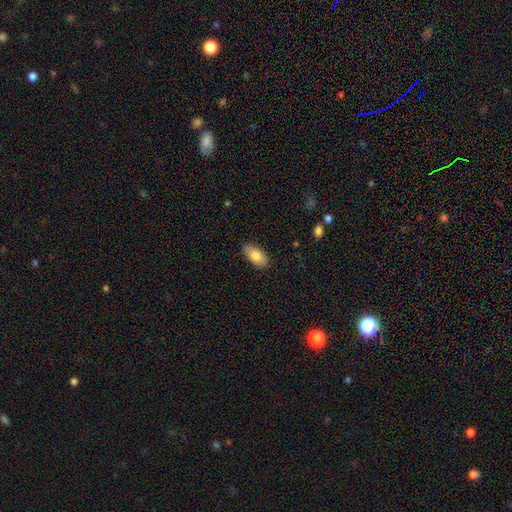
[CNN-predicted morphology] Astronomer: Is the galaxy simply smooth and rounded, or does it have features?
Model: smooth — 81%.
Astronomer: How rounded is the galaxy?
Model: in between — 93%.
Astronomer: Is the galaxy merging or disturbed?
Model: none — 85%.